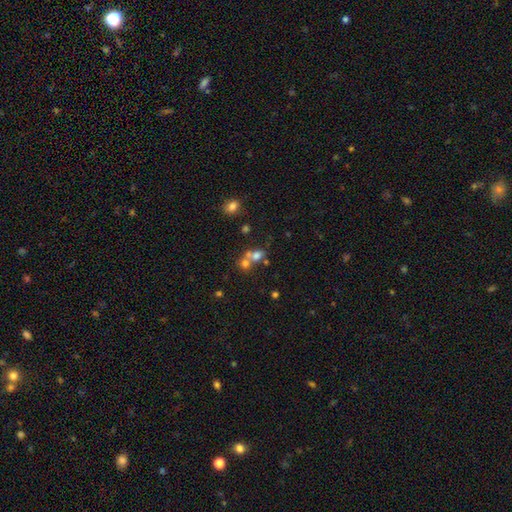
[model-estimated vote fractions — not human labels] smooth-or-featured: smooth: 64% | featured or disk: 19% | star or artifact: 17%
  how-rounded: round: 67% | in between: 32% | cigar-shaped: 1%
  merging: merger: 58% | none: 31% | minor disturbance: 7% | major disturbance: 5%